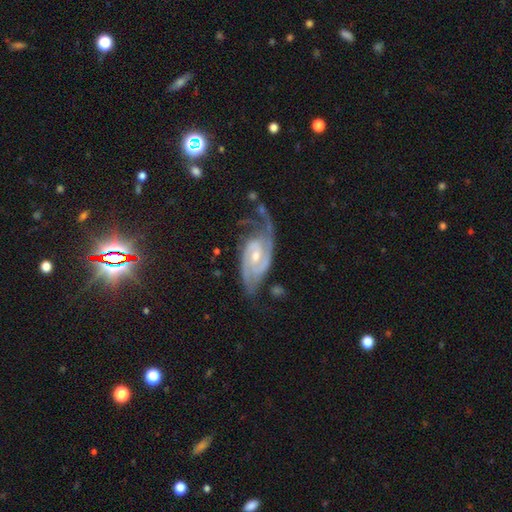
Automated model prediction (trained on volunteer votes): Smooth or featured? Predicted: featured or disk (p=0.89). Edge-on disk? Predicted: no (p=0.96). Bar? Predicted: weak (p=0.44). Spiral arms? Predicted: yes (p=0.98). Spiral winding? Predicted: tight (p=0.45). Spiral arm count? Predicted: 2 (p=0.70). Bulge size? Predicted: moderate (p=0.50). Merging? Predicted: none (p=0.57).